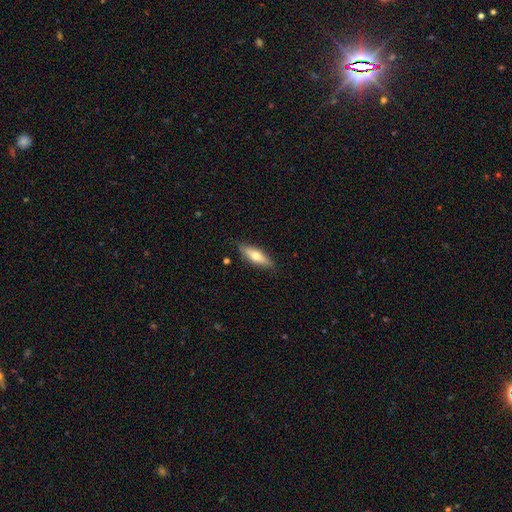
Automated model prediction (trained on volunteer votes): This appears to be a smooth galaxy with no disk features (58%) that is cigar-shaped (53%). Merging: none (84%).